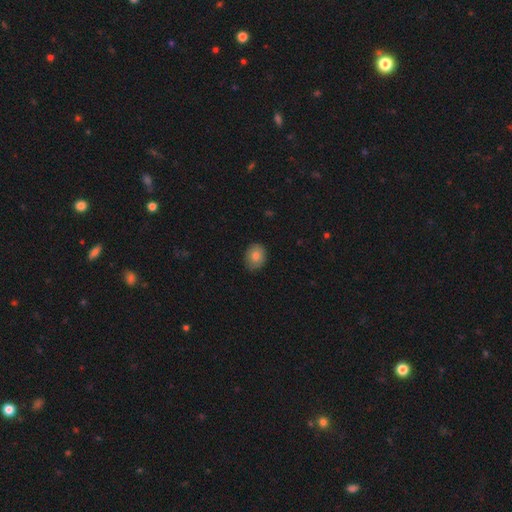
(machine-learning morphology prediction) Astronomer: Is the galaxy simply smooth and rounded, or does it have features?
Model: smooth — 80%.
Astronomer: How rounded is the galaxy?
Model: round — 54% (runner-up: in between, 45%).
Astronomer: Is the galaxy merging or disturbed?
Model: none — 83%.